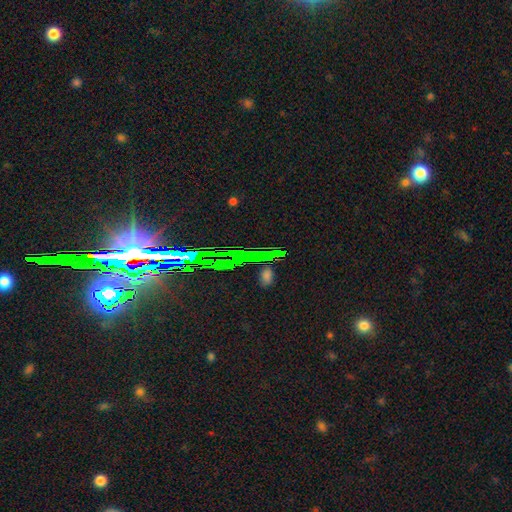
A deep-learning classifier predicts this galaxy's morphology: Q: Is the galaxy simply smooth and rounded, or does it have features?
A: star or artifact — 71%.